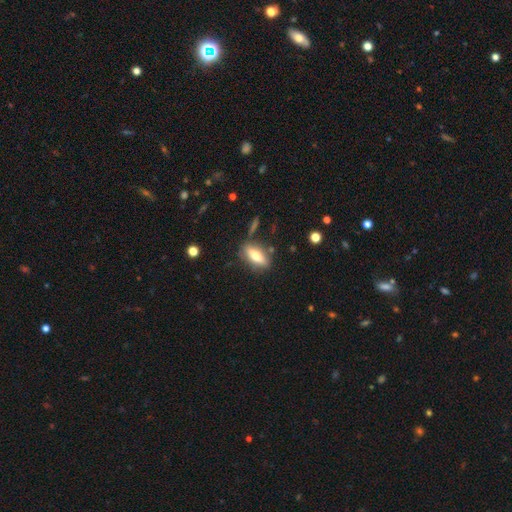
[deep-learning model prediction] This appears to be a smooth galaxy with no disk features (65%) that is in between round and cigar-shaped (65%). Merging: none (78%).